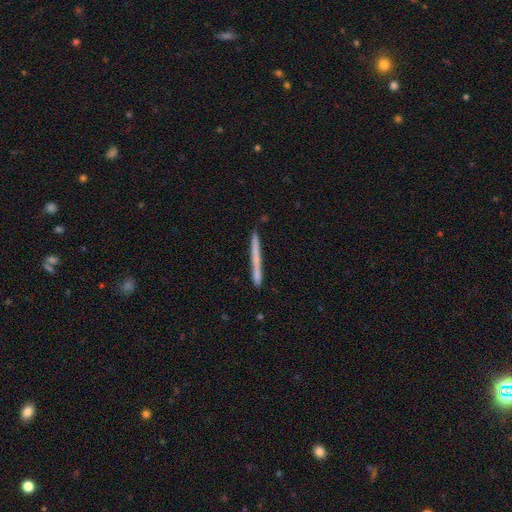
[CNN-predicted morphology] smooth 56%, featured or disk 39%, star or artifact 6%. Down the decision tree: how rounded — cigar-shaped (97%); merging — none (89%).